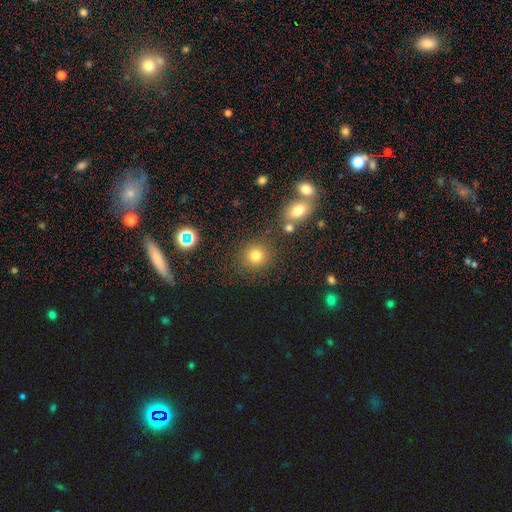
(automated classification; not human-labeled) A smooth galaxy with no disk features (76%) that is round (88%). Merging: none (82%).